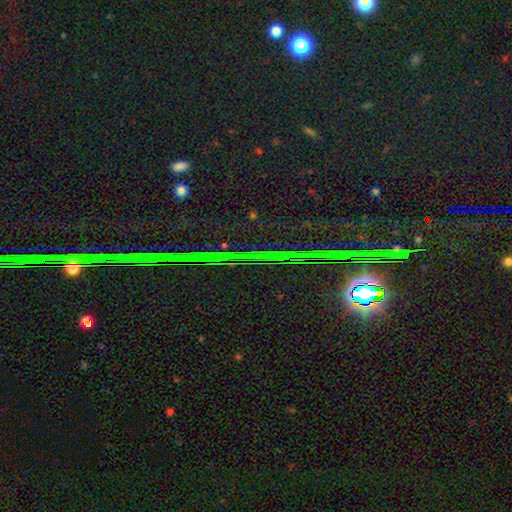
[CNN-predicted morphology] Smooth or featured? star or artifact (86%)